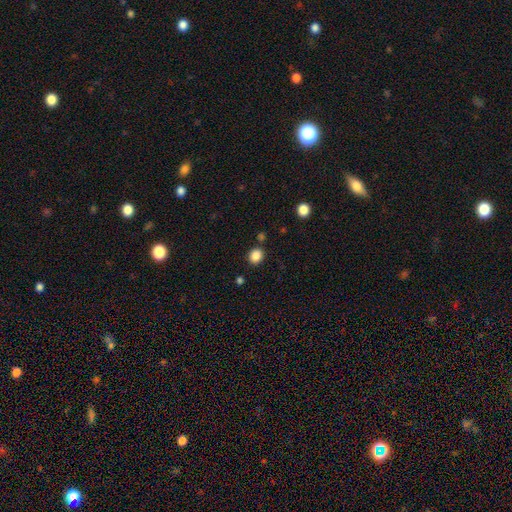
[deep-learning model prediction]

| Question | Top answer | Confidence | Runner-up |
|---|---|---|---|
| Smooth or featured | smooth | 86% | star or artifact (10%) |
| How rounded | round | 68% | in between (31%) |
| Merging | none | 84% | minor disturbance (9%) |